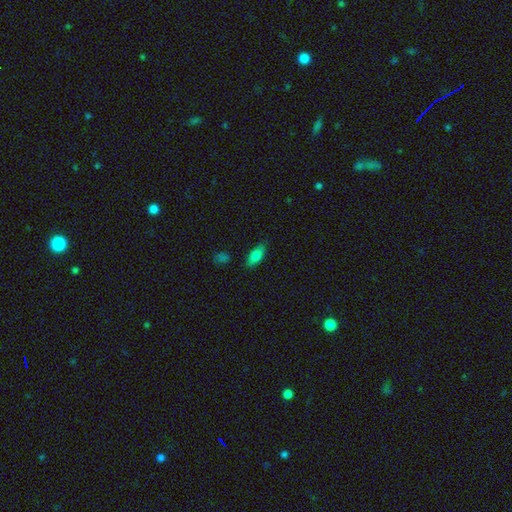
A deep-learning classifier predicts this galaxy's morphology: Smooth or featured? Predicted: smooth (p=0.79). How rounded? Predicted: in between (p=0.79). Merging? Predicted: none (p=0.81).